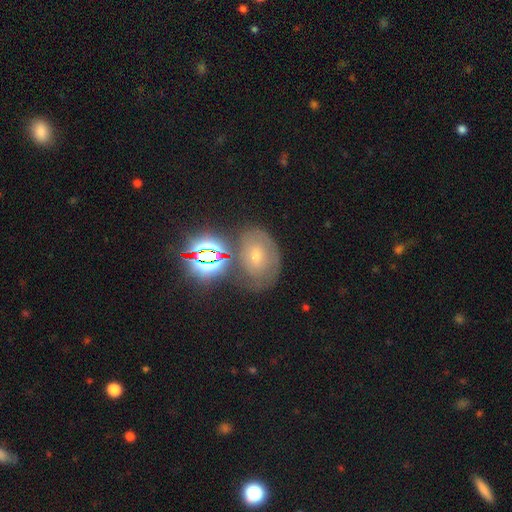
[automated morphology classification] smooth-or-featured: featured or disk: 39% | smooth: 31% | star or artifact: 30%
  merging: none: 63% | minor disturbance: 21% | major disturbance: 9% | merger: 7%